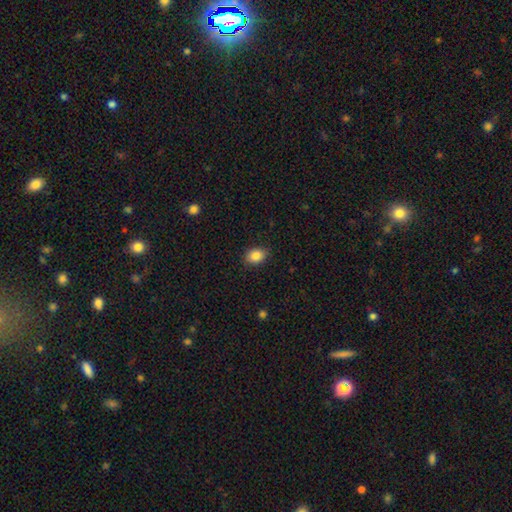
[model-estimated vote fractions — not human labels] A smooth galaxy with no disk features (87%) that is in between round and cigar-shaped (67%).

Vote fractions:
- Smooth or featured? smooth: 87% / star or artifact: 9% / featured or disk: 5%
- How rounded? in between: 67% / round: 32% / cigar-shaped: 1%
- Merging? none: 85% / minor disturbance: 11% / major disturbance: 3% / merger: 1%